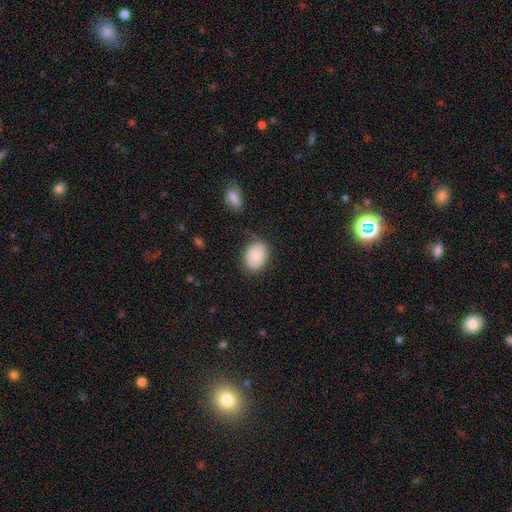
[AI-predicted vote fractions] This appears to be a smooth galaxy with no disk features (81%) that is in between round and cigar-shaped (70%). Merging: none (78%).